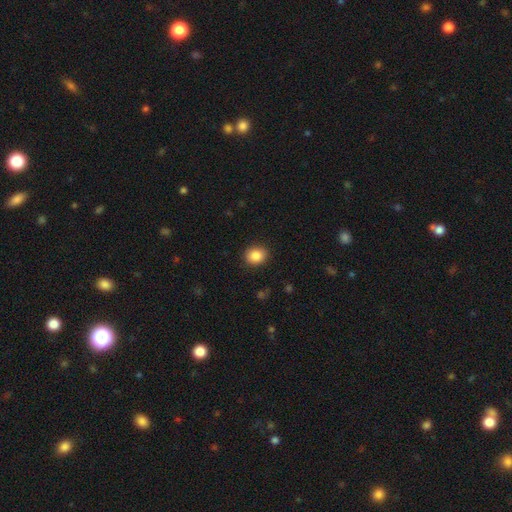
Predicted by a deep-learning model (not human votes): This is clearly a smooth galaxy (87%). How rounded: likely round (62%). Merging: clearly none (89%).